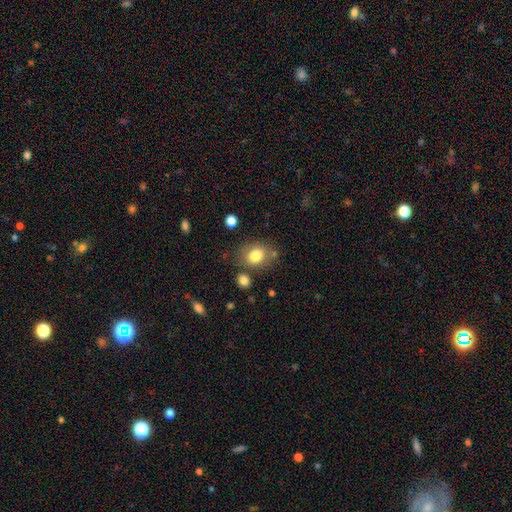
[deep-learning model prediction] This appears to be a smooth galaxy with no disk features (81%) that is in between round and cigar-shaped (51%). Merging: none (70%).